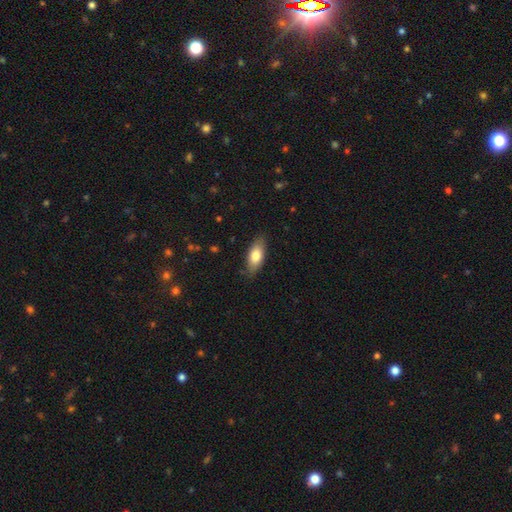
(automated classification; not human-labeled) This appears to be a smooth galaxy with no disk features (77%) that is in between round and cigar-shaped (83%). Merging: none (83%).